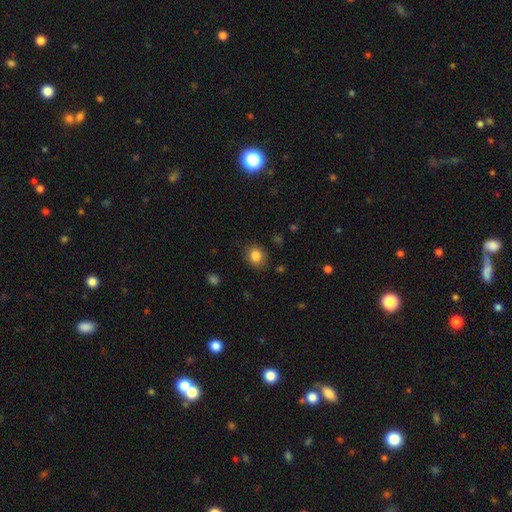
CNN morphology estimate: smooth_or_featured: smooth (p=0.84) [alt: star or artifact p=0.10]
how_rounded: round (p=0.54) [alt: in between p=0.45]
merging: none (p=0.83) [alt: minor disturbance p=0.13]